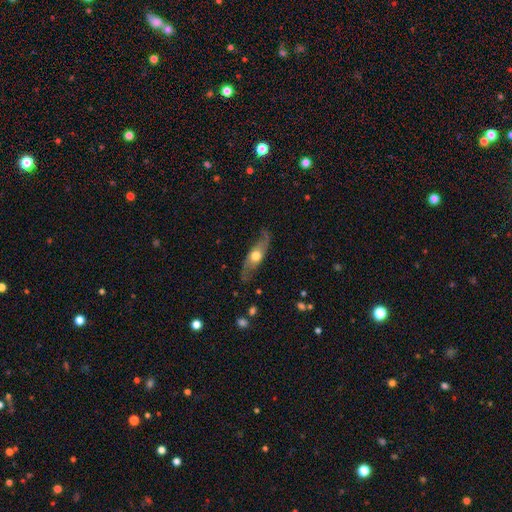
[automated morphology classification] Overall: featured or disk (69%). Edge-on disk: no (68%; yes 32%). Merging: none (73%).